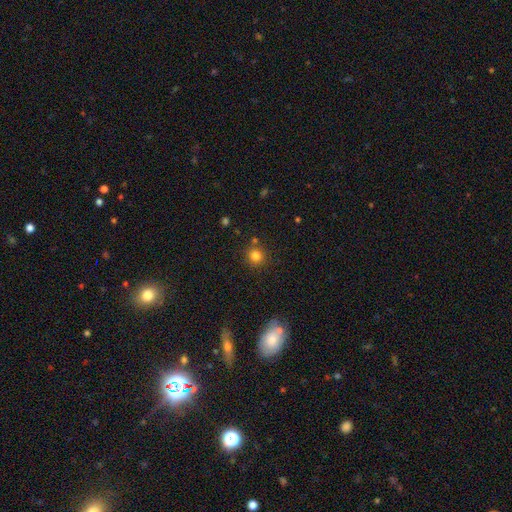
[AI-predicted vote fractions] Smooth or featured? smooth (80%)
How rounded? round (92%)
Merging? none (81%)